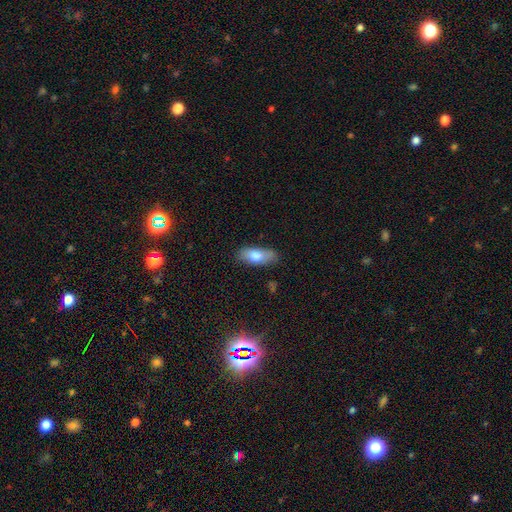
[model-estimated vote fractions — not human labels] Morphology: type=smooth (78%); roundness=in between (81%); merging=none (80%).